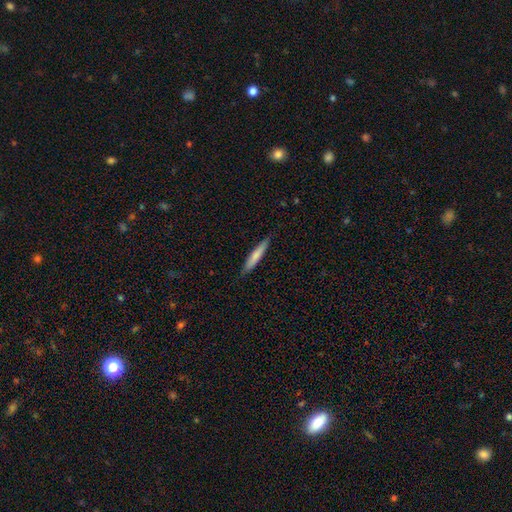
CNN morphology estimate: Smooth or featured: smooth — 73% (featured or disk — 21%)
How rounded: cigar-shaped — 92% (in between — 7%)
Merging: none — 87% (minor disturbance — 10%)